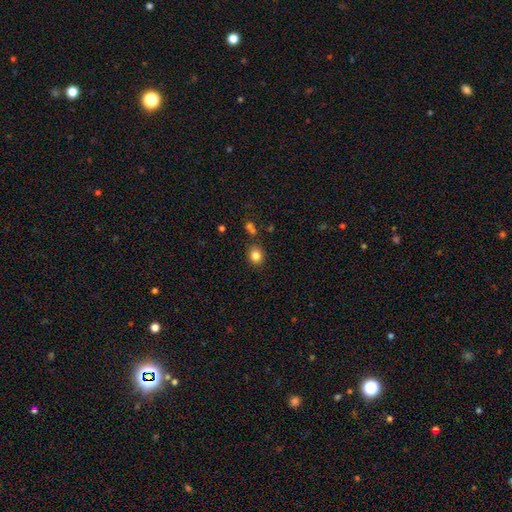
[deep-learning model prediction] Smooth or featured?
  - smooth: 84% *
  - star or artifact: 11%
  - featured or disk: 5%
How rounded?
  - round: 76% *
  - in between: 24%
  - cigar-shaped: 1%
Merging?
  - none: 84% *
  - minor disturbance: 9%
  - merger: 4%
  - major disturbance: 3%